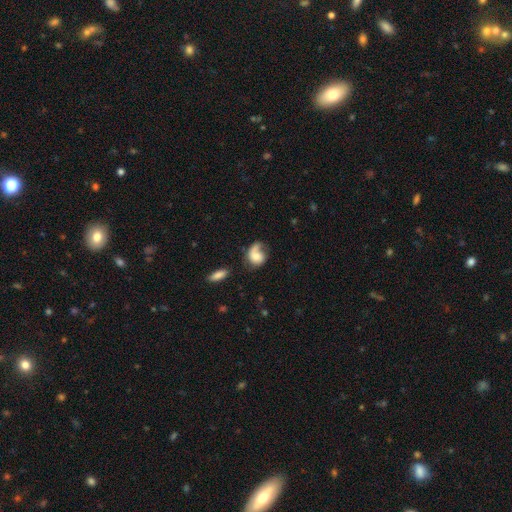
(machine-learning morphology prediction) Overall: smooth (53%; featured or disk 39%). How rounded: in between (54%; round 44%). Merging: none (35%; major disturbance 34%).